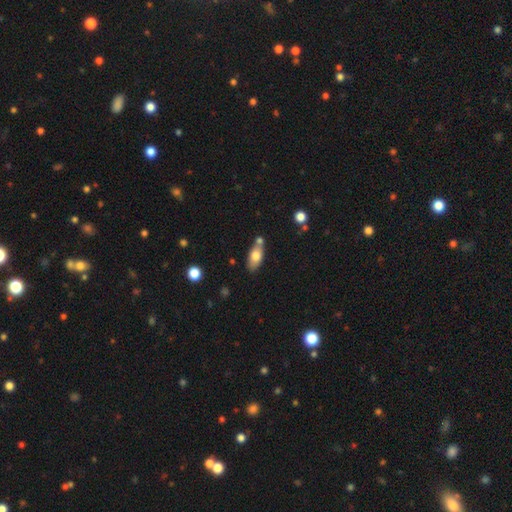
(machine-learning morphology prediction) This appears to be a smooth galaxy with no disk features (73%) that is in between round and cigar-shaped (84%). Merging: none (60%).